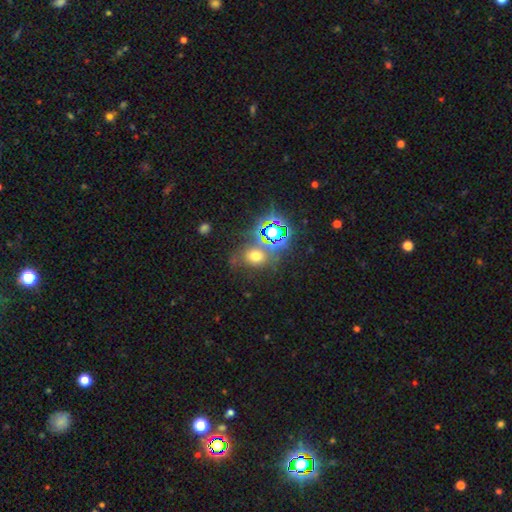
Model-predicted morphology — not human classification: This is possibly a smooth galaxy (50%). How rounded: likely round (60%). Merging: likely none (64%).